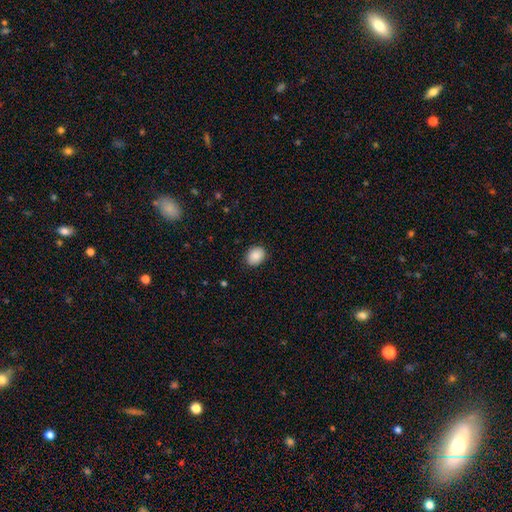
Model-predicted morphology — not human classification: smooth-or-featured: smooth: 89% | star or artifact: 8% | featured or disk: 4%
  how-rounded: in between: 56% | round: 43% | cigar-shaped: 1%
  merging: none: 88% | minor disturbance: 9% | major disturbance: 2% | merger: 1%